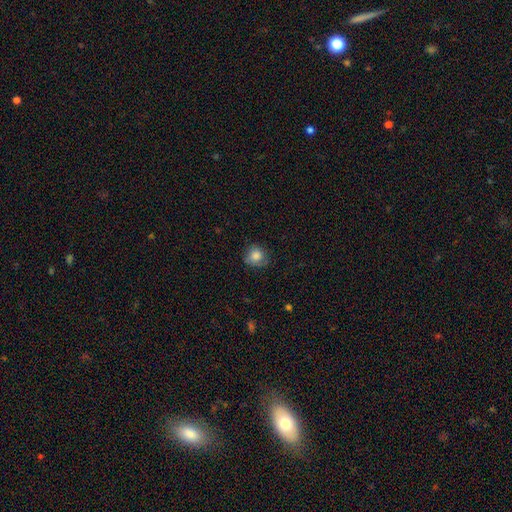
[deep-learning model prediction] A smooth galaxy with no disk features (80%) that is round (82%). Merging: none (67%).